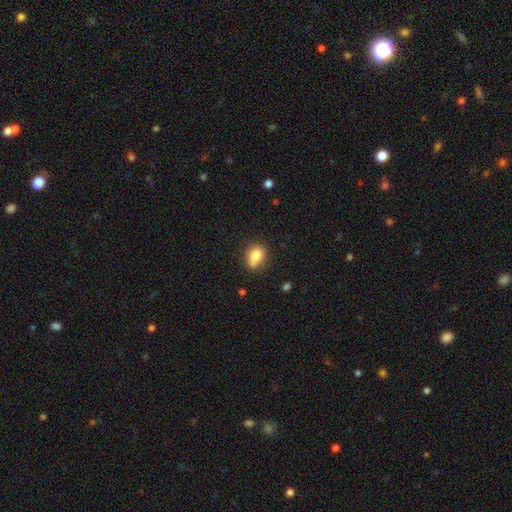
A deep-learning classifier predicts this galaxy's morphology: type=smooth (77%); roundness=round (55%); merging=none (50%).